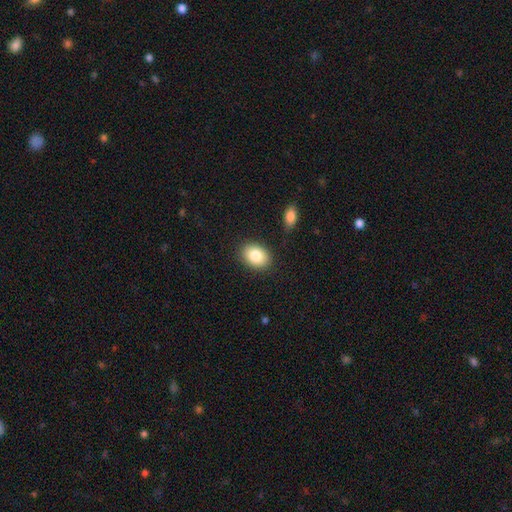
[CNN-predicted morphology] A smooth galaxy with no disk features (84%) that is in between round and cigar-shaped (75%).

Vote fractions:
- Smooth or featured? smooth: 84% / featured or disk: 8% / star or artifact: 8%
- How rounded? in between: 75% / round: 24% / cigar-shaped: 1%
- Merging? none: 86% / minor disturbance: 9% / major disturbance: 2% / merger: 2%